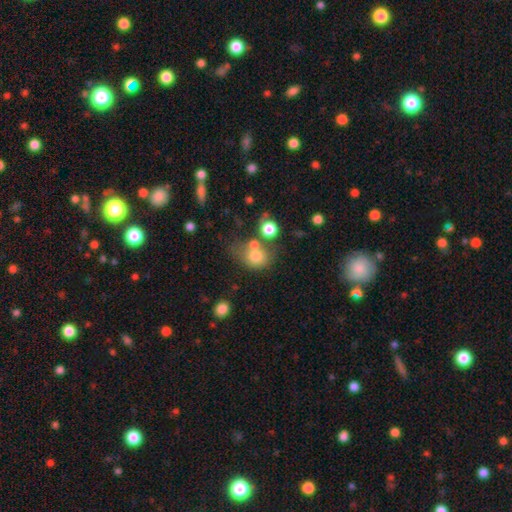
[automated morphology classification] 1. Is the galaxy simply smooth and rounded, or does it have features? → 74% smooth, 14% featured or disk, 12% star or artifact.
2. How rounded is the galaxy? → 56% round, 43% in between, 1% cigar-shaped.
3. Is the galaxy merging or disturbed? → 39% none, 34% merger, 16% minor disturbance, 10% major disturbance.